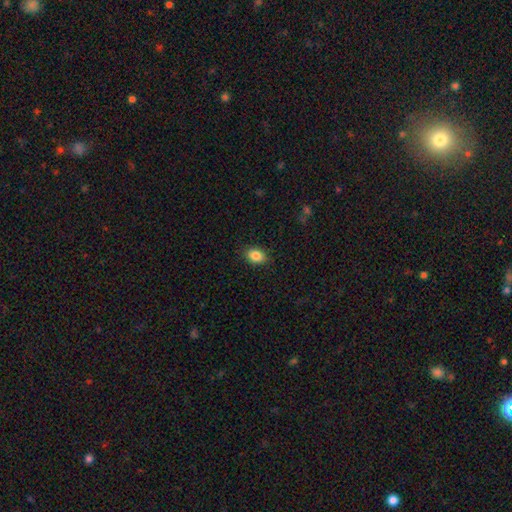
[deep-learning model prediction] This appears to be a smooth galaxy with no disk features (87%) that is in between round and cigar-shaped (78%). Merging: none (87%).